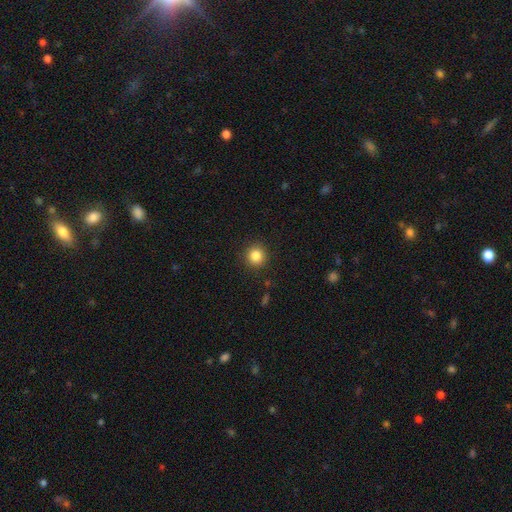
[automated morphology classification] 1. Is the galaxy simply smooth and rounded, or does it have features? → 85% smooth, 11% star or artifact, 5% featured or disk.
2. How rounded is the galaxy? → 93% round, 6% in between, 1% cigar-shaped.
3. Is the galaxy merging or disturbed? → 90% none, 7% minor disturbance, 2% major disturbance, 1% merger.